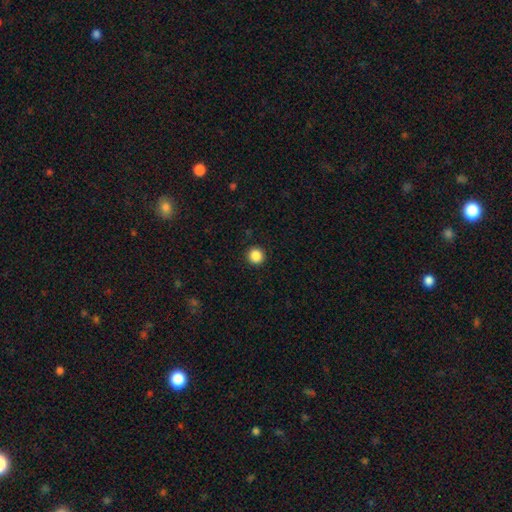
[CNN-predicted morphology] Q: Smooth or featured?
A: smooth (87%); runner-up: star or artifact (10%)
Q: How rounded?
A: round (94%); runner-up: in between (5%)
Q: Merging?
A: none (93%); runner-up: minor disturbance (4%)